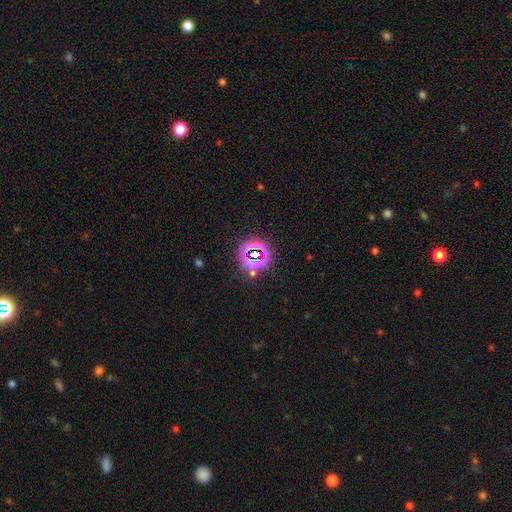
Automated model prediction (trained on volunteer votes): Overall: star or artifact (77%).